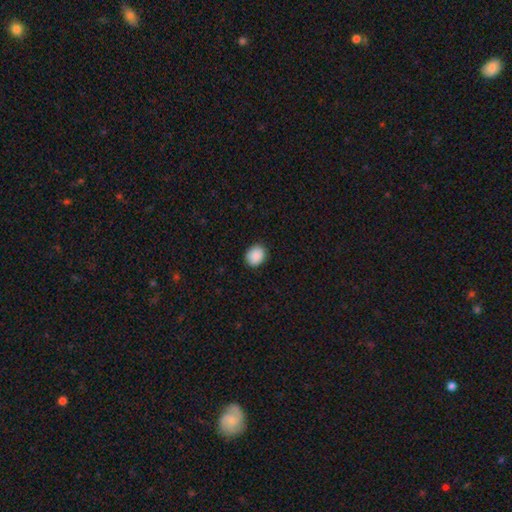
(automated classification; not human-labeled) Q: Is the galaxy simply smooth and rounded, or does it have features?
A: smooth — 90%.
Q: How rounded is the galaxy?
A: round — 53%.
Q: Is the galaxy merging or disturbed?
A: none — 89%.